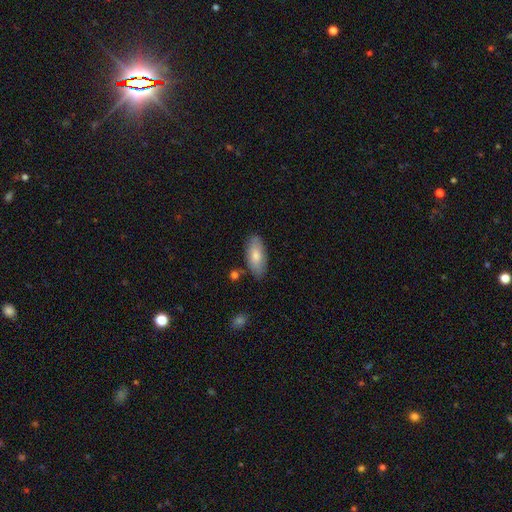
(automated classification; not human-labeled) Smooth or featured?
  - smooth: 76% *
  - featured or disk: 18%
  - star or artifact: 6%
How rounded?
  - in between: 90% *
  - cigar-shaped: 8%
  - round: 2%
Merging?
  - none: 78% *
  - minor disturbance: 16%
  - merger: 3%
  - major disturbance: 3%